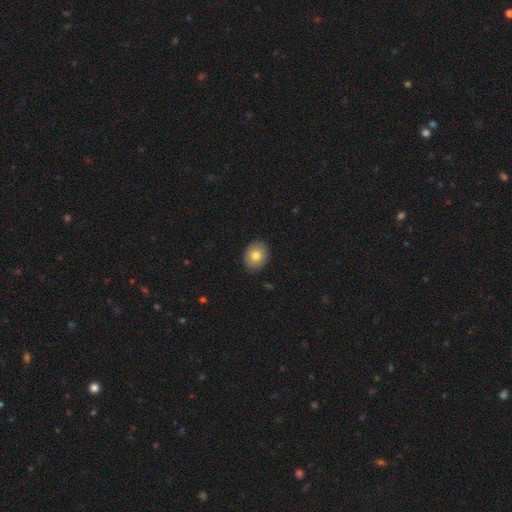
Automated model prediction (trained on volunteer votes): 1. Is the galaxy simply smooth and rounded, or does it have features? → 78% smooth, 14% featured or disk, 8% star or artifact.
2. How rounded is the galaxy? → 53% round, 46% in between, 1% cigar-shaped.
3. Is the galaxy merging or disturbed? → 89% none, 8% minor disturbance, 2% major disturbance, 1% merger.